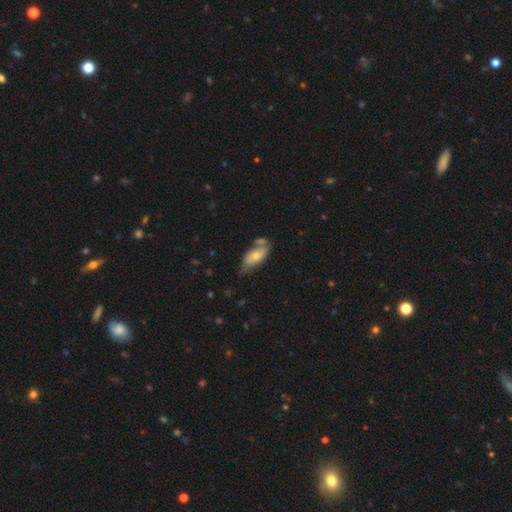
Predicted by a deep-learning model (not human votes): Smooth or featured? smooth (61%)
How rounded? in between (86%)
Merging? none (41%)